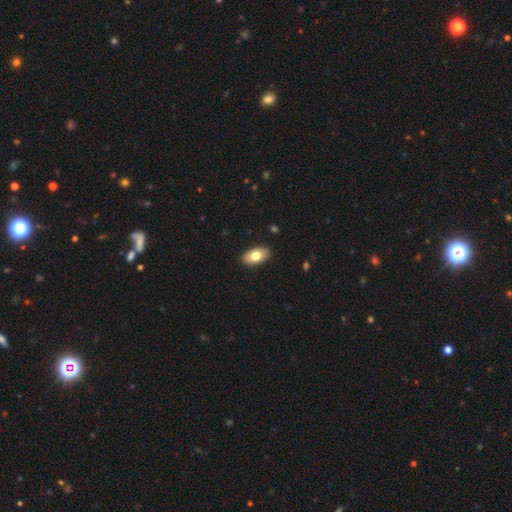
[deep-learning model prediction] Smooth or featured? Predicted: smooth (p=0.77). How rounded? Predicted: in between (p=0.94). Merging? Predicted: none (p=0.90).